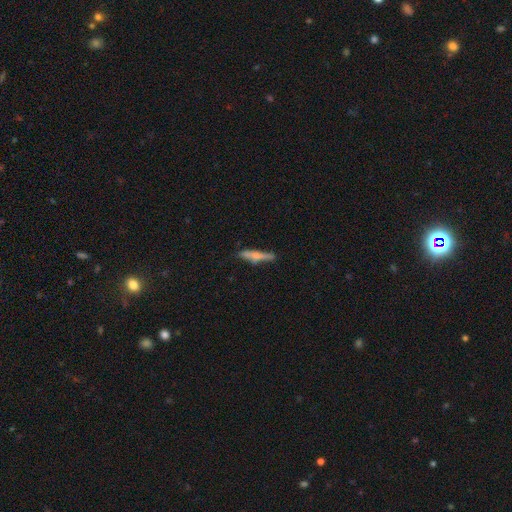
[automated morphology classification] A smooth galaxy with no disk features (55%) that is cigar-shaped (89%).

Vote fractions:
- Smooth or featured? smooth: 55% / featured or disk: 38% / star or artifact: 7%
- How rounded? cigar-shaped: 89% / in between: 9% / round: 2%
- Merging? none: 73% / minor disturbance: 19% / major disturbance: 5% / merger: 4%